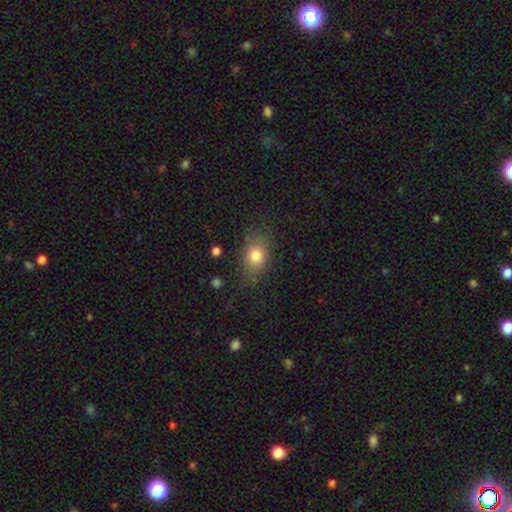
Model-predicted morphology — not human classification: Smooth or featured? smooth (79%)
How rounded? in between (62%)
Merging? none (74%)